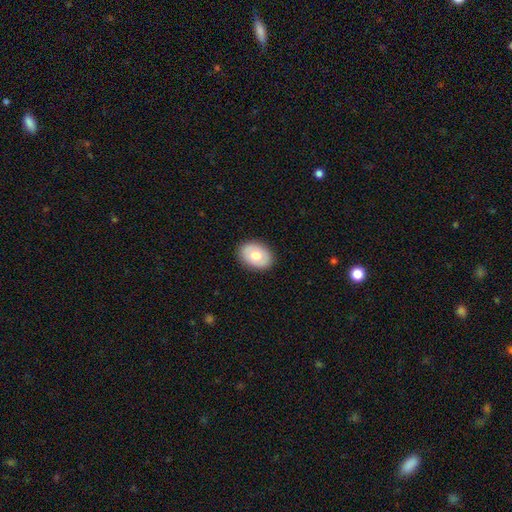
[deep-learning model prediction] Smooth or featured? Predicted: smooth (p=0.66). How rounded? Predicted: in between (p=0.71). Merging? Predicted: none (p=0.88).